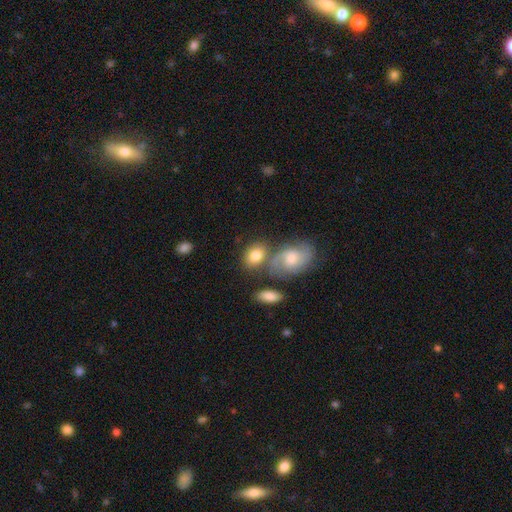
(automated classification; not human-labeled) smooth 73%, featured or disk 19%, star or artifact 7%. Down the decision tree: how rounded — in between (69%); merging — none (52%).